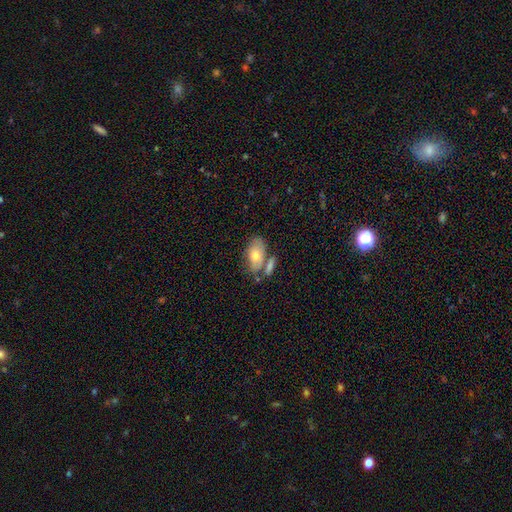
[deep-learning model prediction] A smooth galaxy with no disk features (70%) that is in between round and cigar-shaped (90%). Merging: none (51%).